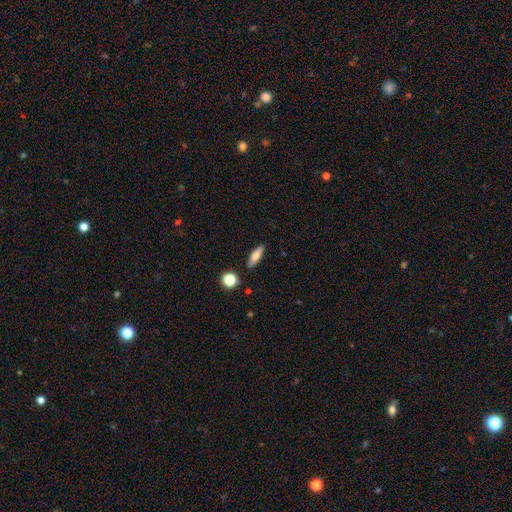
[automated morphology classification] type=smooth (71%); roundness=in between (49%); merging=none (87%).